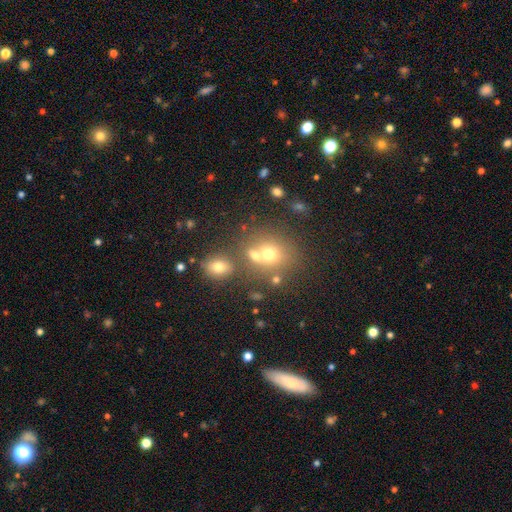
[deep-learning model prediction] smooth-or-featured: smooth: 67% | star or artifact: 18% | featured or disk: 15%
  how-rounded: round: 71% | in between: 28% | cigar-shaped: 1%
  merging: none: 46% | merger: 40% | minor disturbance: 9% | major disturbance: 5%